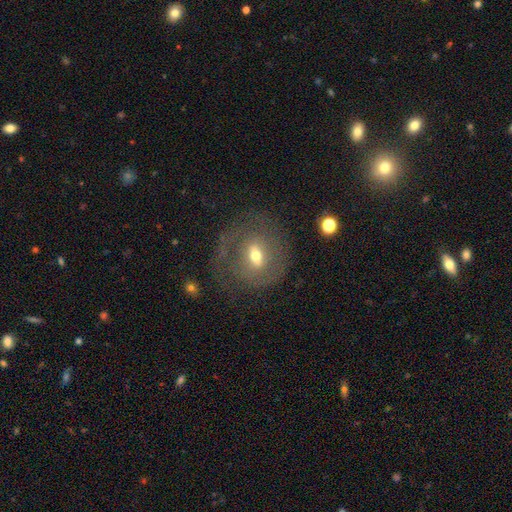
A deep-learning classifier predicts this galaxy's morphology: type=featured or disk (59%); edge-on=no (90%); bar=weak (45%); spiral arms=no (57%); bulge=moderate (61%); merging=none (62%).